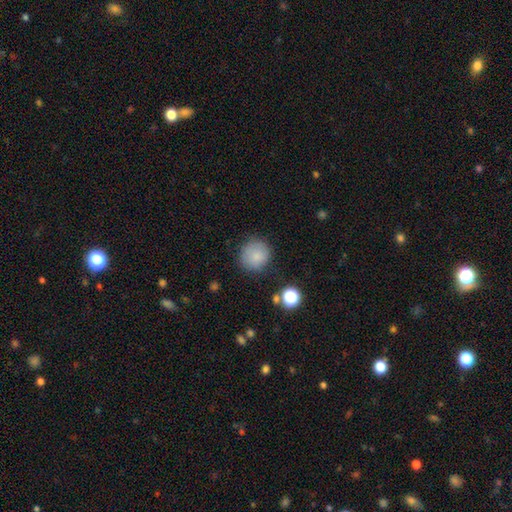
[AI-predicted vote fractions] The model was most divided on "merging": none: 80%, minor disturbance: 14%, major disturbance: 4%, merger: 2%. More confident: how rounded — round (90%); smooth or featured — smooth (83%).